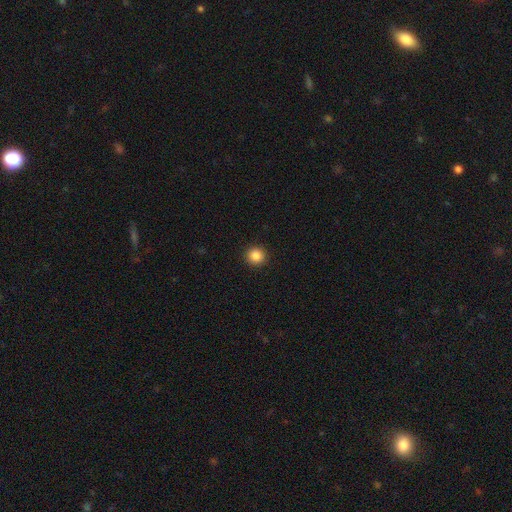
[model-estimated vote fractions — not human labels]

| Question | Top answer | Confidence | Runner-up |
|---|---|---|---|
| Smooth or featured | smooth | 86% | star or artifact (10%) |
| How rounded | round | 94% | in between (5%) |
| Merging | none | 93% | minor disturbance (4%) |